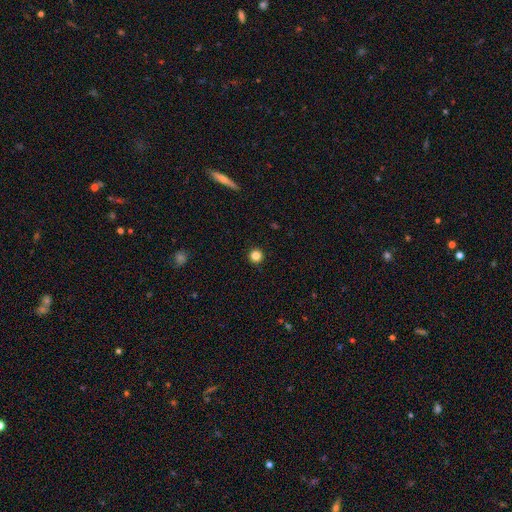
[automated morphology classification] smooth-or-featured: smooth: 84% | star or artifact: 12% | featured or disk: 4%
  how-rounded: round: 96% | in between: 3% | cigar-shaped: 1%
  merging: none: 93% | minor disturbance: 4% | major disturbance: 2% | merger: 1%